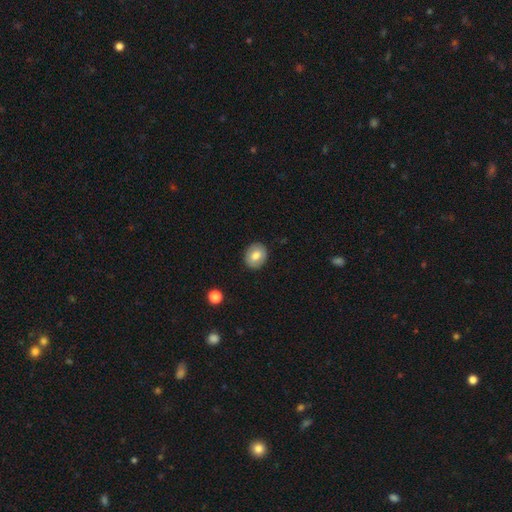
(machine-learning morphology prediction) Q: Smooth or featured?
A: smooth (78%); runner-up: featured or disk (14%)
Q: How rounded?
A: round (64%); runner-up: in between (36%)
Q: Merging?
A: none (90%); runner-up: minor disturbance (7%)